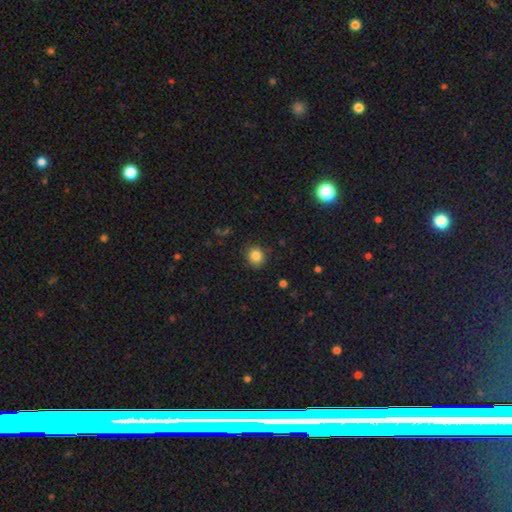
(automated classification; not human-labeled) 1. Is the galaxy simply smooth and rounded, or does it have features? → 83% smooth, 11% star or artifact, 6% featured or disk.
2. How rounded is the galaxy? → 85% round, 14% in between, 1% cigar-shaped.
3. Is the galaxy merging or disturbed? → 89% none, 8% minor disturbance, 2% major disturbance, 1% merger.